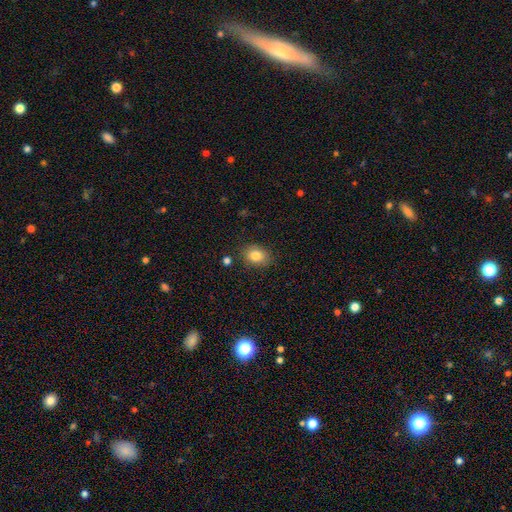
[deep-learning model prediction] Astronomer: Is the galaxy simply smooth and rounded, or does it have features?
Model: smooth — 82%.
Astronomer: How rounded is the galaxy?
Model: in between — 61% (runner-up: round, 38%).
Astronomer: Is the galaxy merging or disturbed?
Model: none — 84%.